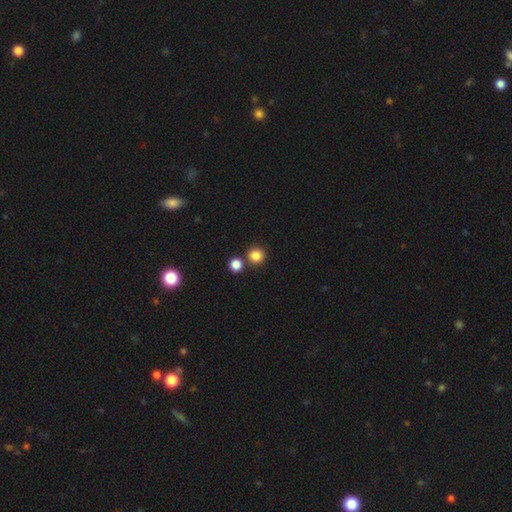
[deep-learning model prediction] Smooth or featured: smooth — 84% (star or artifact — 11%)
How rounded: round — 93% (in between — 6%)
Merging: none — 78% (merger — 14%)